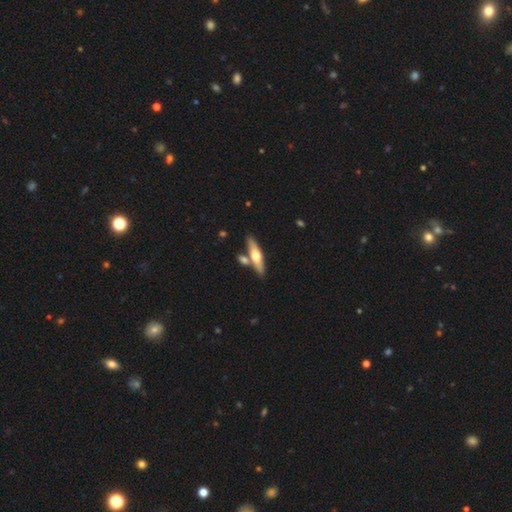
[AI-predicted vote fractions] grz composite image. It shows a featured or disk galaxy (51%) viewed edge-on (89%). Merging: none (72%).